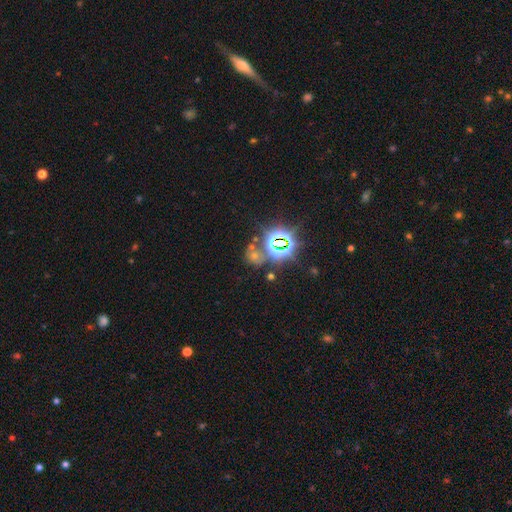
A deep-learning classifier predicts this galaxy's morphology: type=star or artifact (72%).